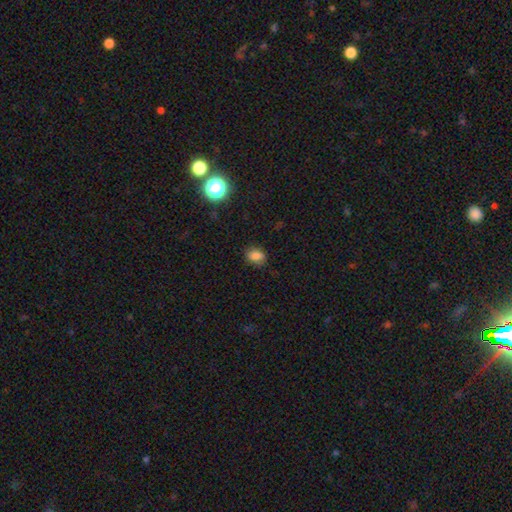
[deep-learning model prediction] This is clearly a smooth galaxy (83%). How rounded: likely in between (68%). Merging: clearly none (80%).